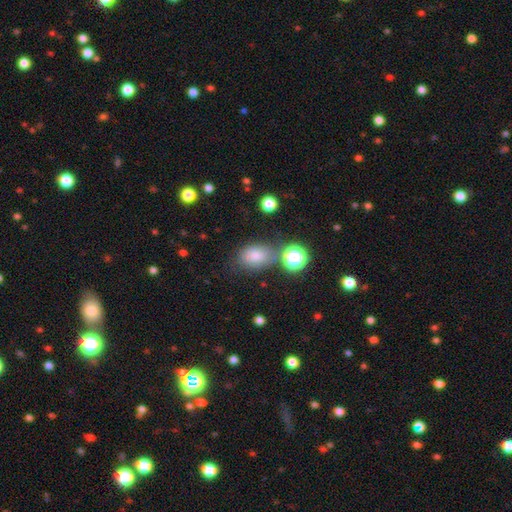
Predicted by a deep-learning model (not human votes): Smooth or featured? smooth (73%)
How rounded? in between (75%)
Merging? none (63%)